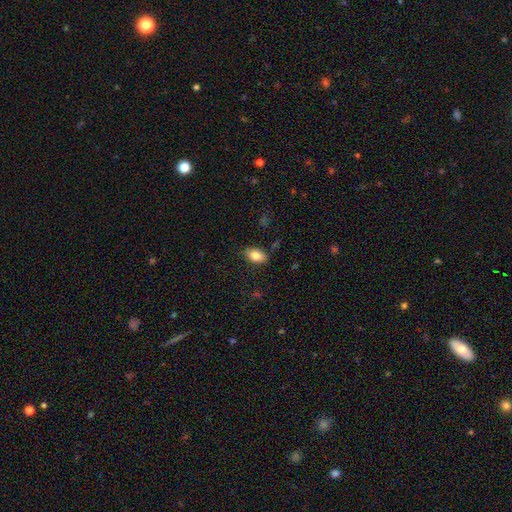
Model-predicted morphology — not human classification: Smooth or featured? Predicted: smooth (p=0.82). How rounded? Predicted: in between (p=0.90). Merging? Predicted: none (p=0.85).